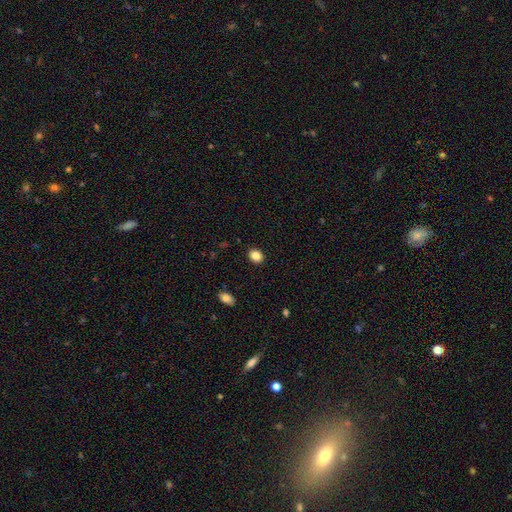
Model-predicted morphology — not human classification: Q: Smooth or featured?
A: smooth (86%); runner-up: star or artifact (10%)
Q: How rounded?
A: round (54%); runner-up: in between (45%)
Q: Merging?
A: none (90%); runner-up: minor disturbance (7%)